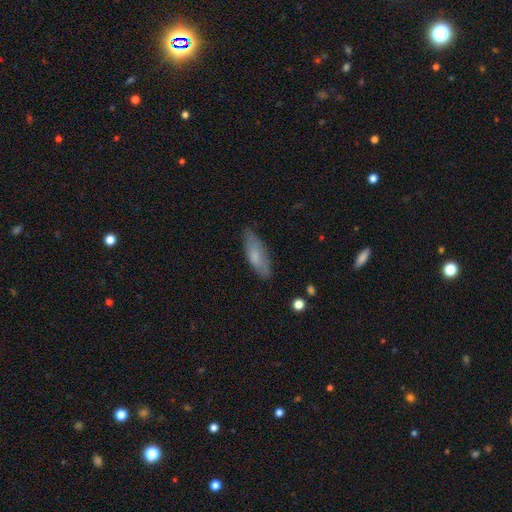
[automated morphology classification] type=smooth (72%); roundness=in between (58%); merging=none (74%).